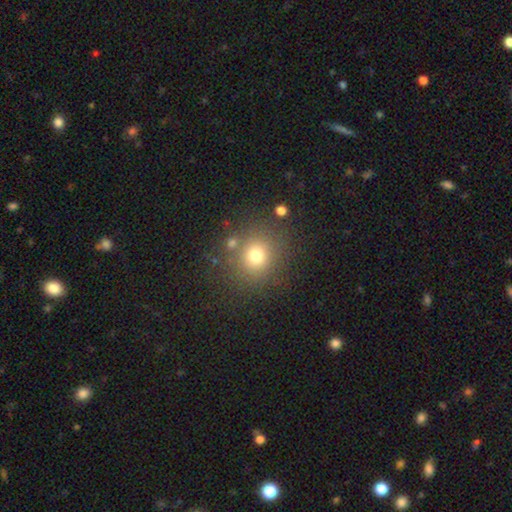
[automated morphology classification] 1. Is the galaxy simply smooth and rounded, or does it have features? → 75% smooth, 16% star or artifact, 9% featured or disk.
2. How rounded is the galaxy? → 85% round, 14% in between, 1% cigar-shaped.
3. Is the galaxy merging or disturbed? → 81% none, 9% minor disturbance, 6% merger, 4% major disturbance.